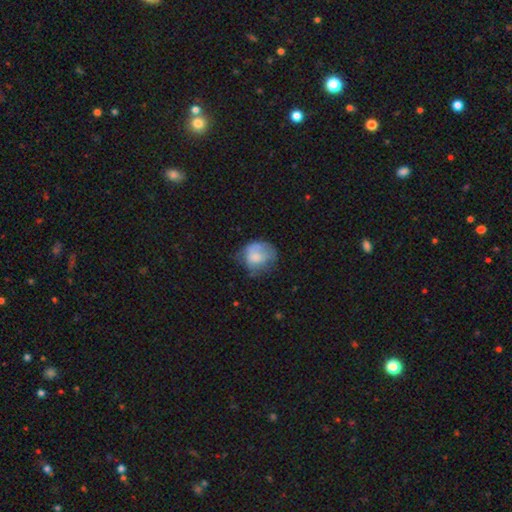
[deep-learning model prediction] Overall: smooth (68%). How rounded: round (70%). Merging: none (43%; minor disturbance 33%).